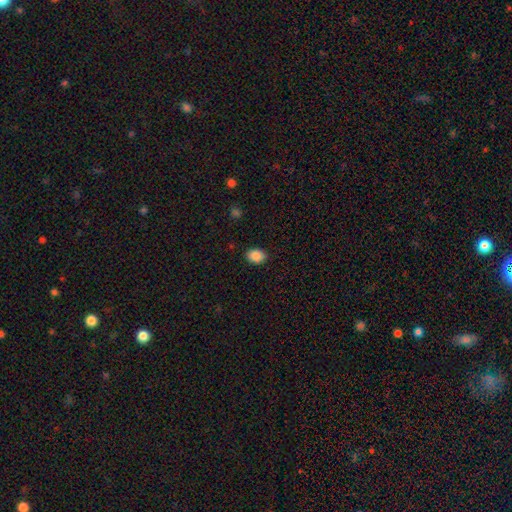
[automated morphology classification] smooth_or_featured: smooth (p=0.88) [alt: star or artifact p=0.08]
how_rounded: in between (p=0.71) [alt: round p=0.28]
merging: none (p=0.87) [alt: minor disturbance p=0.09]